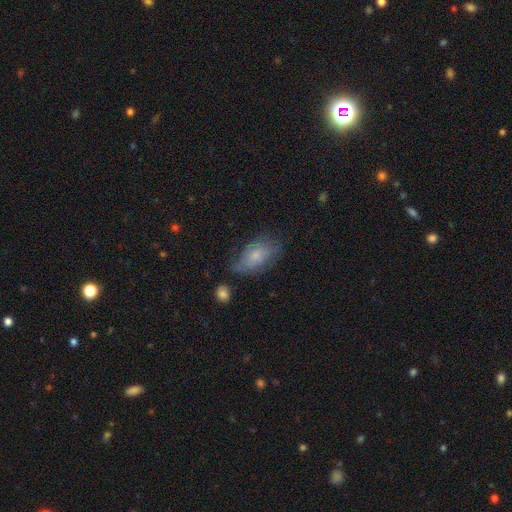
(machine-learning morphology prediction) type=smooth (66%); roundness=in between (91%); merging=none (52%).